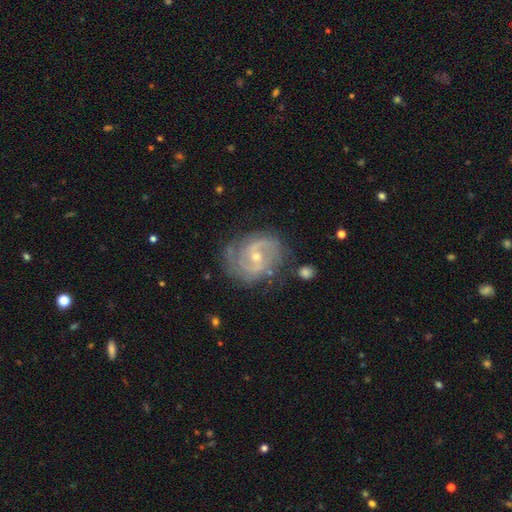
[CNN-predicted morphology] Q: Smooth or featured?
A: featured or disk (89%); runner-up: star or artifact (6%)
Q: Edge-on disk?
A: no (98%); runner-up: yes (2%)
Q: Bar?
A: no (44%); tied with: weak (44%)
Q: Spiral arms?
A: yes (96%); runner-up: no (4%)
Q: Spiral winding?
A: medium (46%); runner-up: tight (42%)
Q: Spiral arm count?
A: 2 (74%); runner-up: can't tell (10%)
Q: Bulge size?
A: small (58%); runner-up: moderate (40%)
Q: Merging?
A: none (73%); runner-up: minor disturbance (18%)